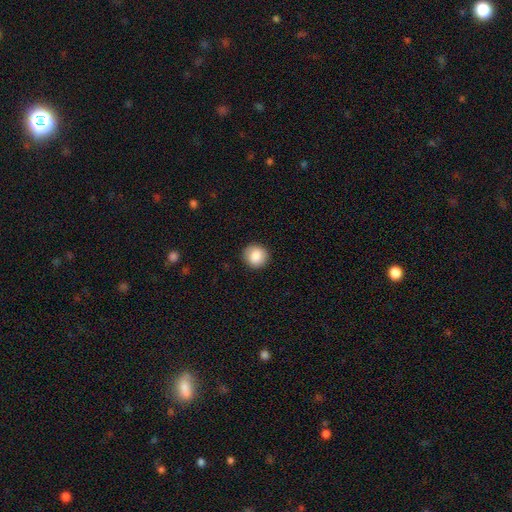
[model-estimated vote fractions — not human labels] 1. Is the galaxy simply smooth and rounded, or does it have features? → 87% smooth, 8% star or artifact, 5% featured or disk.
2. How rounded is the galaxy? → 92% round, 7% in between, 1% cigar-shaped.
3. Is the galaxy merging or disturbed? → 90% none, 7% minor disturbance, 2% major disturbance, 1% merger.